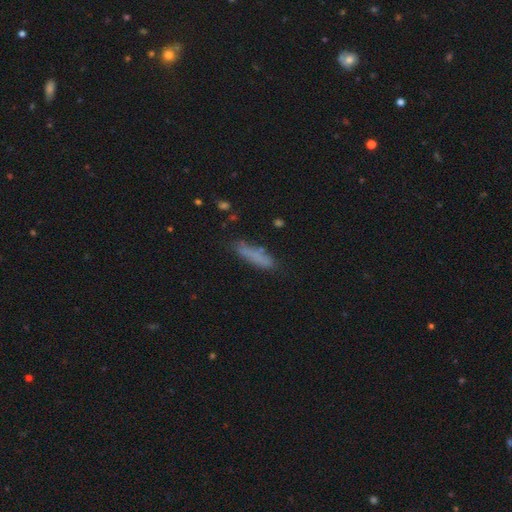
Smooth or featured: smooth — 82% (featured or disk — 15%)
How rounded: cigar-shaped — 82% (in between — 18%)
Merging: none — 82% (minor disturbance — 8%)